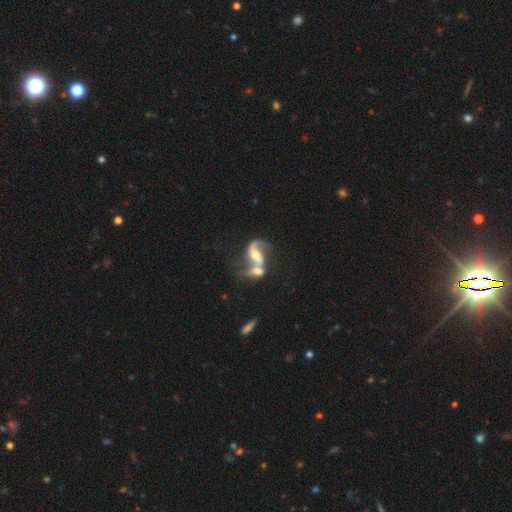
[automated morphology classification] smooth_or_featured: featured or disk (p=0.82) [alt: smooth p=0.12]
disk_edge_on: no (p=0.96) [alt: yes p=0.04]
bar: weak (p=0.36) [tied with: no p=0.36]
has_spiral_arms: yes (p=0.92) [alt: no p=0.08]
spiral_winding: loose (p=0.64) [alt: medium p=0.30]
spiral_arm_count: 2 (p=0.84) [alt: 1 p=0.09]
bulge_size: moderate (p=0.56) [alt: small p=0.29]
merging: merger (p=0.62) [alt: none p=0.21]